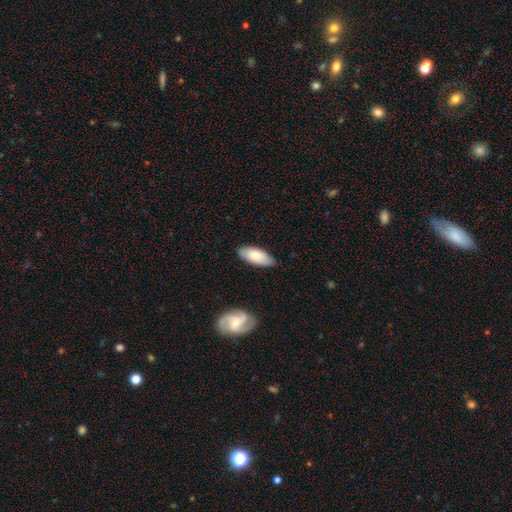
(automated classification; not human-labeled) The model was most divided on "smooth or featured": smooth: 73%, featured or disk: 21%, star or artifact: 6%. More confident: how rounded — in between (83%); merging — none (80%).